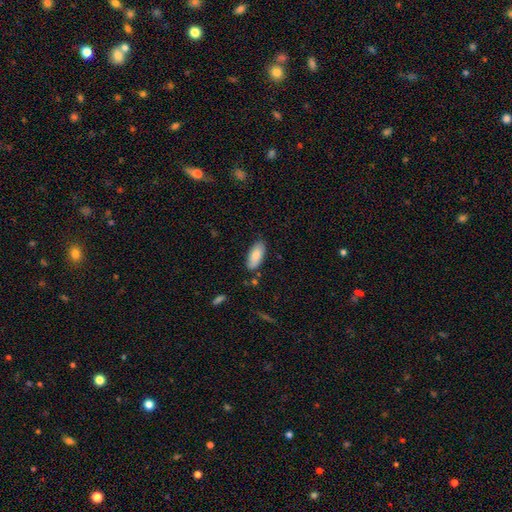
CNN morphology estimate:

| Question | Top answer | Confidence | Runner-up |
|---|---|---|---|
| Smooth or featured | smooth | 84% | featured or disk (10%) |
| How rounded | in between | 86% | cigar-shaped (12%) |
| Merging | none | 82% | minor disturbance (13%) |